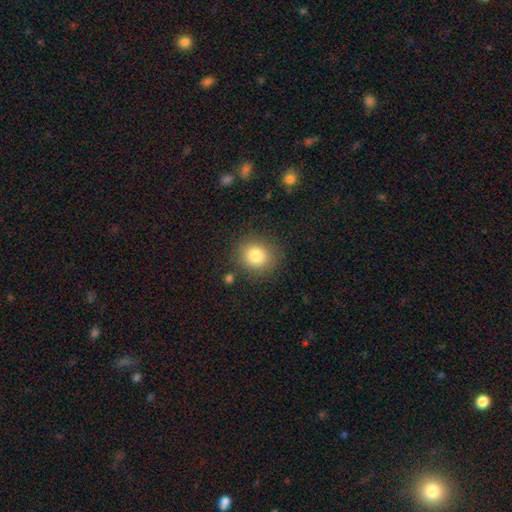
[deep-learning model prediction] A smooth galaxy with no disk features (81%) that is round (84%). Merging: none (86%).